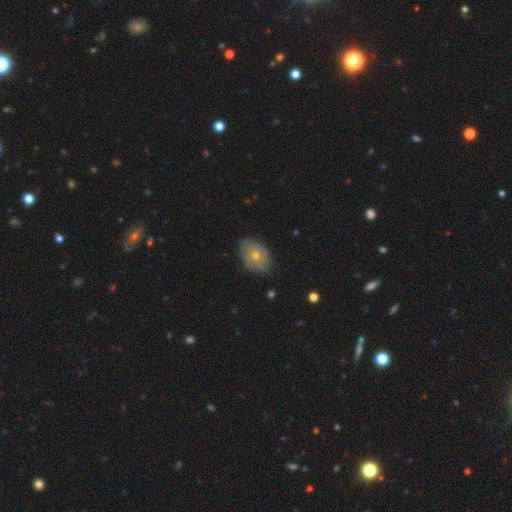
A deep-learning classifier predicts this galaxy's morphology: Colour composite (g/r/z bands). It shows a smooth galaxy with no disk features (50%). Merging: none (67%).